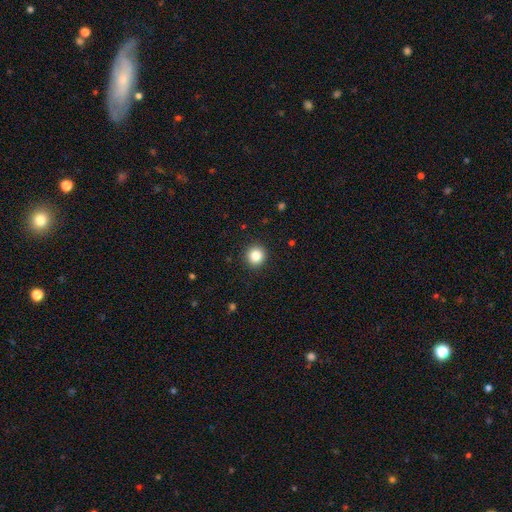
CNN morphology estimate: smooth_or_featured: smooth (p=0.84) [alt: star or artifact p=0.11]
how_rounded: round (p=0.93) [alt: in between p=0.06]
merging: none (p=0.92) [alt: minor disturbance p=0.05]